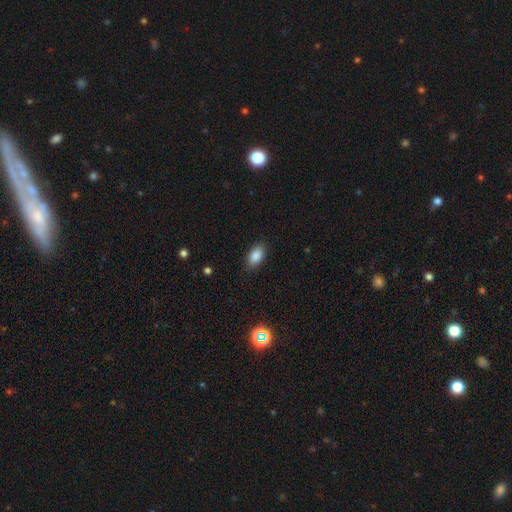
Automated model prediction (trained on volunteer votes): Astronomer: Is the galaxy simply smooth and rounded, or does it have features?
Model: smooth — 87%.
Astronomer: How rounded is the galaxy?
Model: in between — 92%.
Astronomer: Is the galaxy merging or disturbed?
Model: none — 86%.